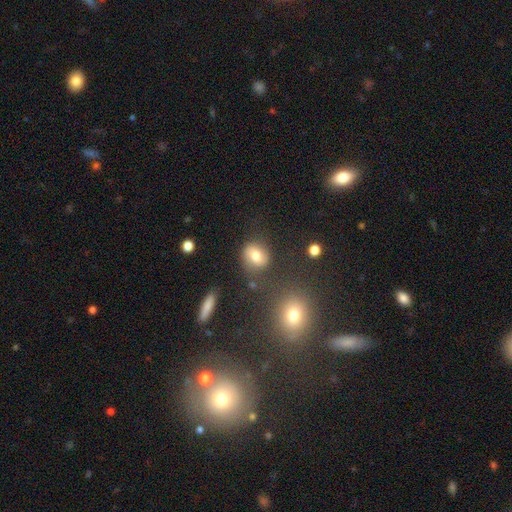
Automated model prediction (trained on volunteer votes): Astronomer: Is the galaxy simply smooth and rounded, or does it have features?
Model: smooth — 70%.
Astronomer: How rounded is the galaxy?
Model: round — 60% (runner-up: in between, 39%).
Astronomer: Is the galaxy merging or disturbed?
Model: none — 72%.